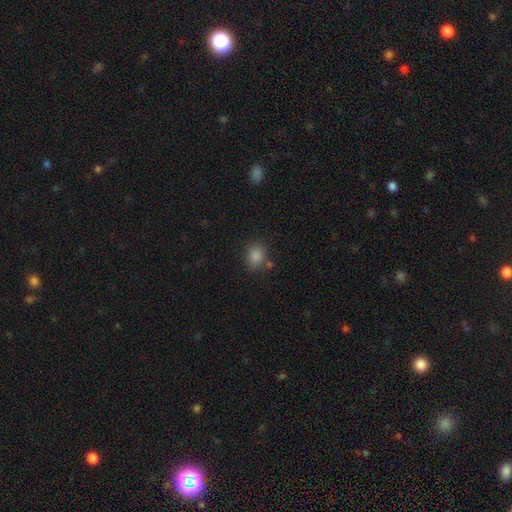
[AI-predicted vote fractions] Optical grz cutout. It shows a smooth galaxy with no disk features (83%) that is round (57%). Merging: none (76%).